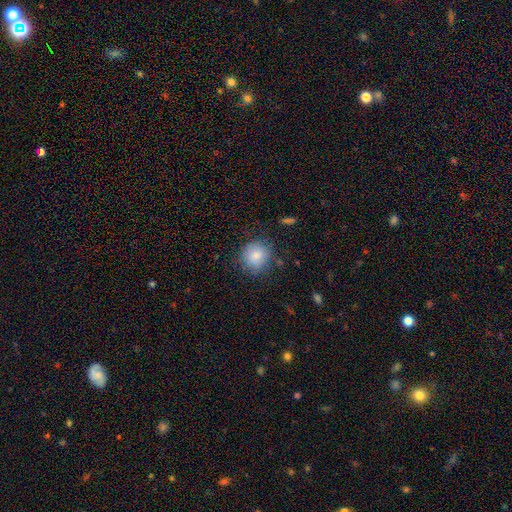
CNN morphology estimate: A smooth galaxy with no disk features (81%) that is round (89%). Merging: none (76%).